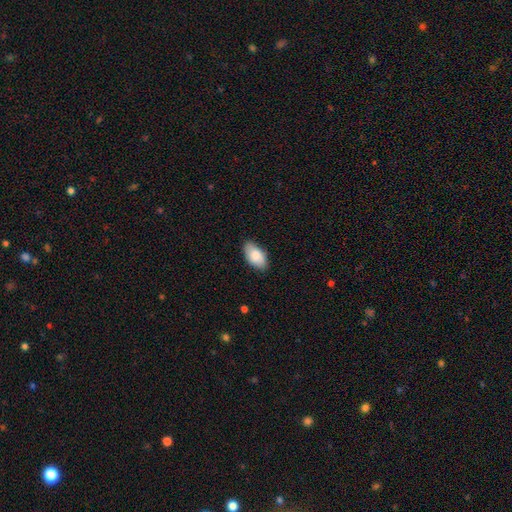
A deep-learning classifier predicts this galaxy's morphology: A smooth galaxy with no disk features (85%) that is in between round and cigar-shaped (95%).

Vote fractions:
- Smooth or featured? smooth: 85% / featured or disk: 9% / star or artifact: 6%
- How rounded? in between: 95% / round: 3% / cigar-shaped: 2%
- Merging? none: 83% / minor disturbance: 13% / major disturbance: 2% / merger: 1%